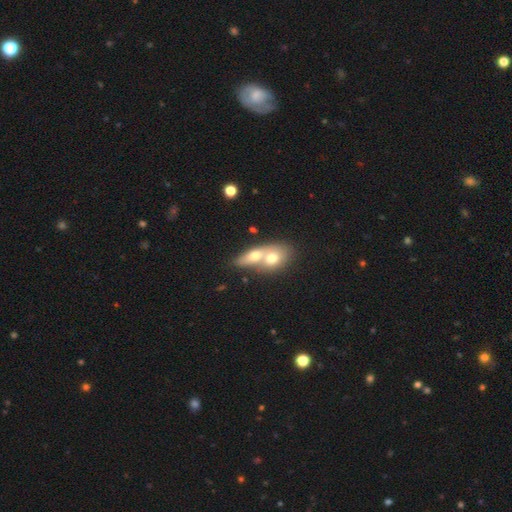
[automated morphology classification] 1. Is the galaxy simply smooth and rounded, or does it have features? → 56% smooth, 34% featured or disk, 11% star or artifact.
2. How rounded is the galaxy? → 56% in between, 28% round, 17% cigar-shaped.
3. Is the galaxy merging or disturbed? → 70% merger, 21% none, 6% minor disturbance, 4% major disturbance.